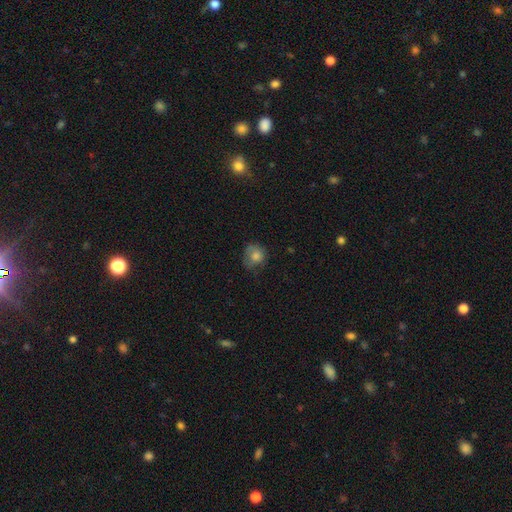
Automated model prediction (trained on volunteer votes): Q: Smooth or featured?
A: smooth (75%); runner-up: featured or disk (15%)
Q: How rounded?
A: round (75%); runner-up: in between (24%)
Q: Merging?
A: none (55%); runner-up: minor disturbance (30%)